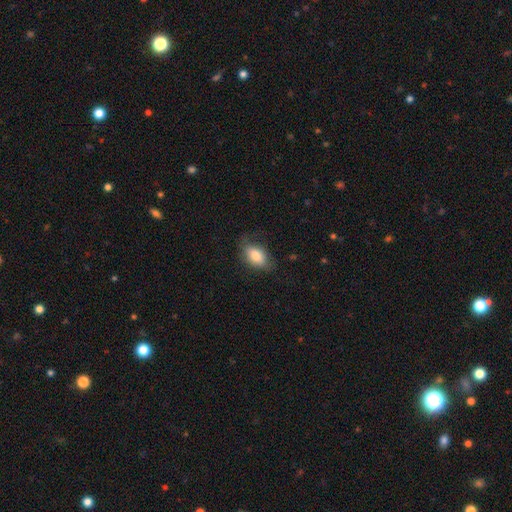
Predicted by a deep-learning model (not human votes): A smooth galaxy with no disk features (81%) that is in between round and cigar-shaped (88%). Merging: none (65%).